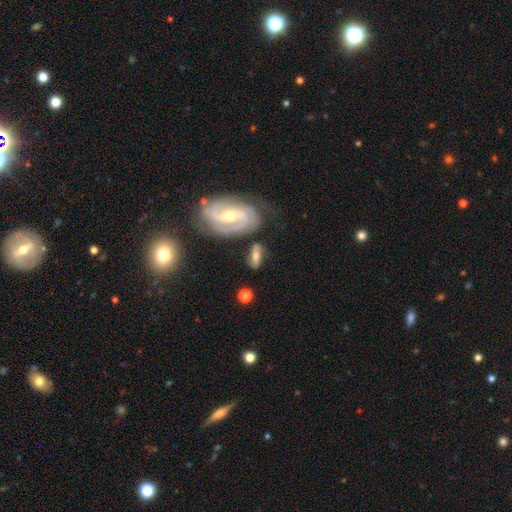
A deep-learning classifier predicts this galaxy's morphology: A featured or disk galaxy (52%). Merging: none (66%).